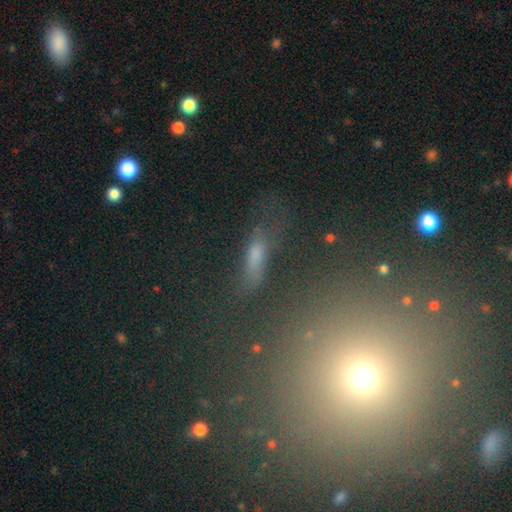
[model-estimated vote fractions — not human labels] Q: Smooth or featured?
A: smooth (53%); runner-up: star or artifact (25%)
Q: How rounded?
A: cigar-shaped (57%); runner-up: in between (34%)
Q: Merging?
A: none (54%); runner-up: minor disturbance (21%)